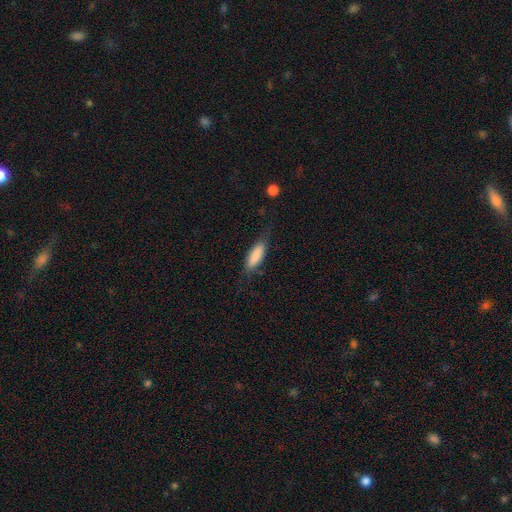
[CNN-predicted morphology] Overall: smooth (82%). How rounded: in between (63%; cigar-shaped 35%). Merging: none (65%).